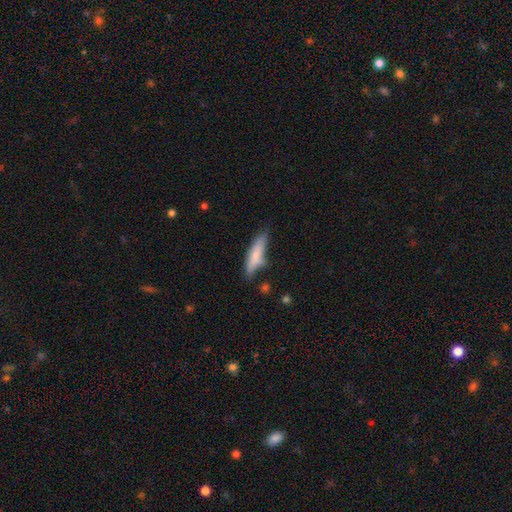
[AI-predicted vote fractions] Smooth or featured?
  - smooth: 73% *
  - featured or disk: 20%
  - star or artifact: 7%
How rounded?
  - cigar-shaped: 69% *
  - in between: 29%
  - round: 2%
Merging?
  - none: 60% *
  - minor disturbance: 26%
  - major disturbance: 8%
  - merger: 6%